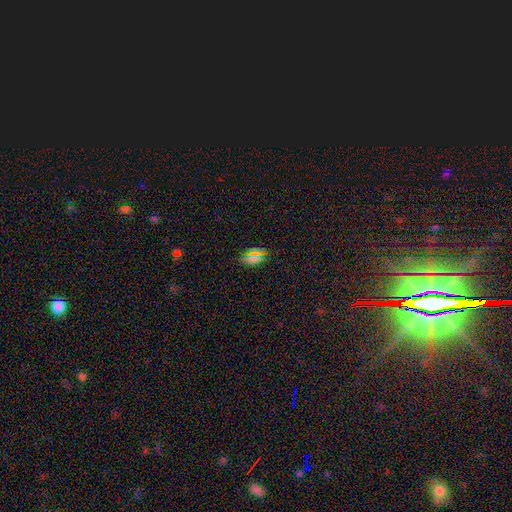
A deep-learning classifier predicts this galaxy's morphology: Smooth or featured? smooth (64%)
How rounded? in between (85%)
Merging? none (79%)